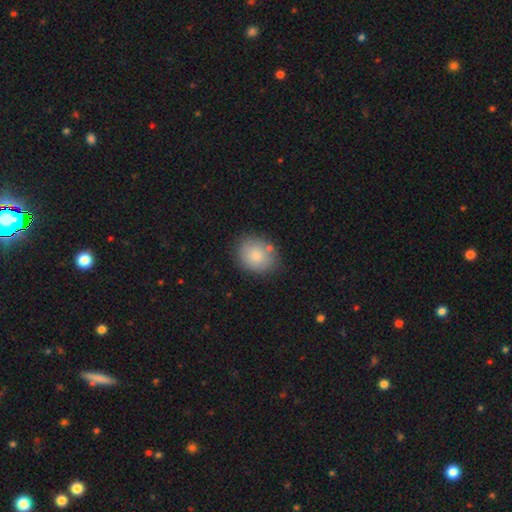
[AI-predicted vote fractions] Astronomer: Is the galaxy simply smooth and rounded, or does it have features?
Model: smooth — 81%.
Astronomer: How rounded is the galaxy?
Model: round — 64%.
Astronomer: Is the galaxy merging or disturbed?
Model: none — 78%.